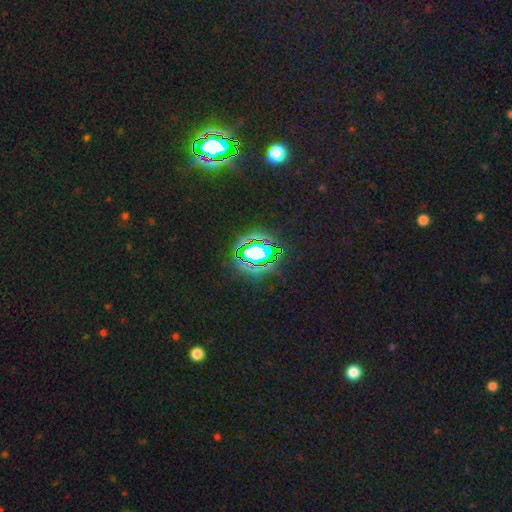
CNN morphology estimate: Overall: star or artifact (67%).